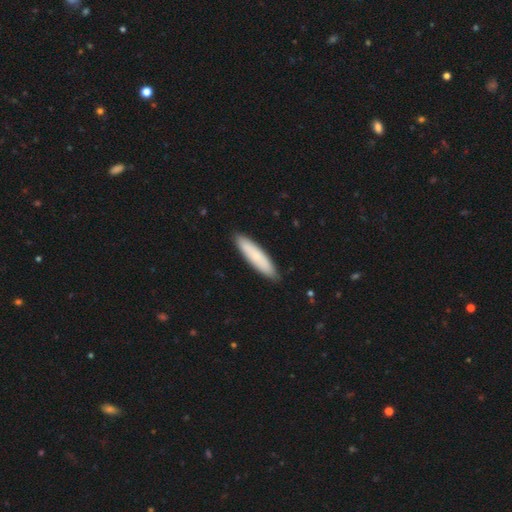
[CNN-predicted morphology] Smooth or featured? smooth (79%)
How rounded? cigar-shaped (78%)
Merging? none (89%)